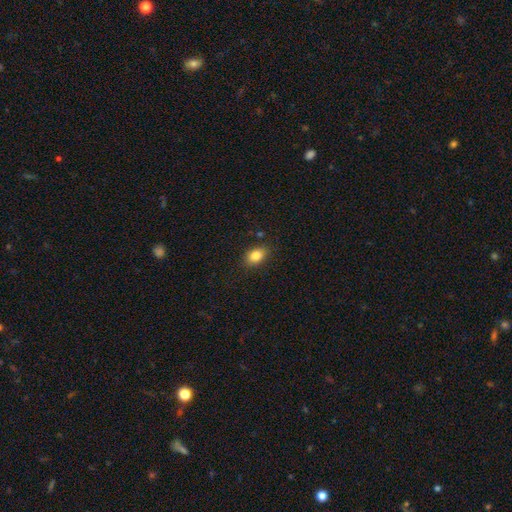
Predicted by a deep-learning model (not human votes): Smooth or featured? smooth (84%)
How rounded? in between (78%)
Merging? none (85%)